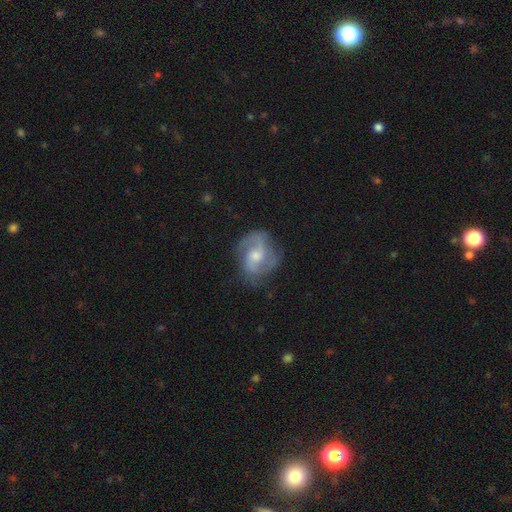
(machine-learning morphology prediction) Smooth or featured?
  - featured or disk: 80% *
  - smooth: 14%
  - star or artifact: 6%
Edge-on disk?
  - no: 97% *
  - yes: 3%
Bar?
  - no: 47% *
  - weak: 43%
  - strong: 9%
Spiral arms?
  - yes: 94% *
  - no: 6%
Spiral winding?
  - medium: 51% *
  - tight: 28%
  - loose: 21%
Spiral arm count?
  - 2: 63% *
  - 3: 16%
  - can't tell: 12%
  - 1: 4%
  - 4: 3%
  - more than 4: 2%
Bulge size?
  - moderate: 60% *
  - small: 28%
  - large: 7%
  - none: 4%
  - dominant: 1%
Merging?
  - none: 70% *
  - minor disturbance: 20%
  - major disturbance: 9%
  - merger: 1%